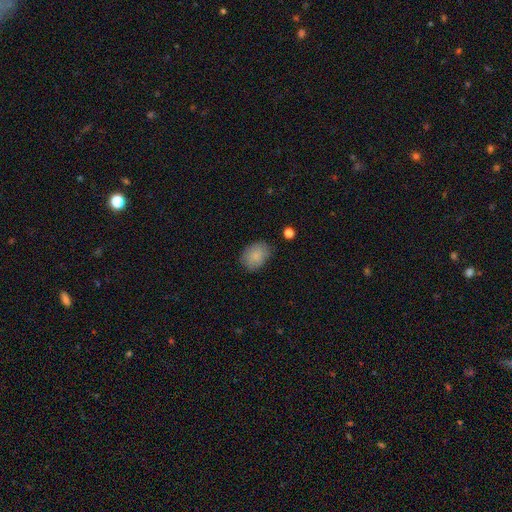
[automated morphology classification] Smooth or featured? smooth (84%)
How rounded? in between (69%)
Merging? none (75%)